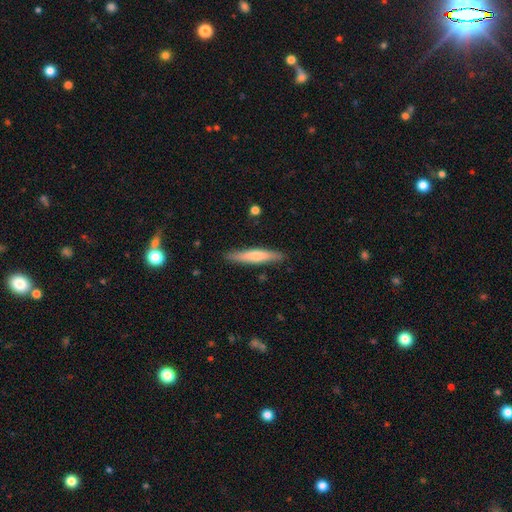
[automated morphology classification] smooth 61%, featured or disk 33%, star or artifact 5%. Down the decision tree: how rounded — cigar-shaped (89%); merging — none (88%).